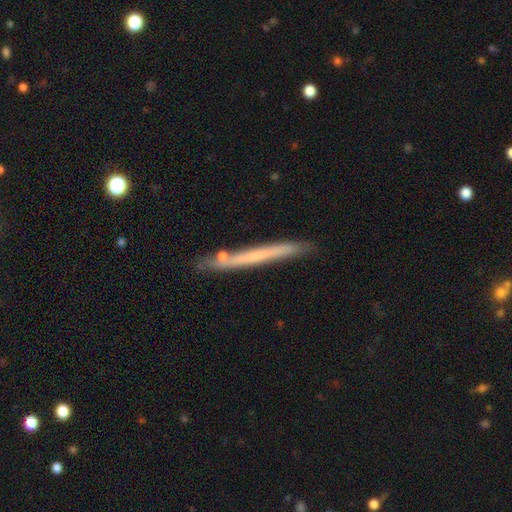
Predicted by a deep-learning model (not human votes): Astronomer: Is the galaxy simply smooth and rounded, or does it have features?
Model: smooth — 47% (runner-up: featured or disk, 46%).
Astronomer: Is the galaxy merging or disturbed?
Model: none — 82%.